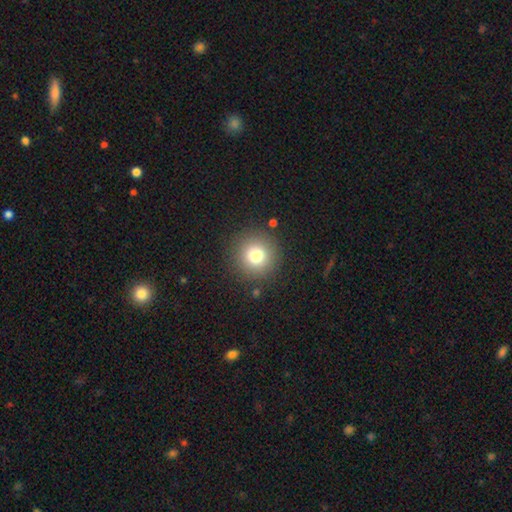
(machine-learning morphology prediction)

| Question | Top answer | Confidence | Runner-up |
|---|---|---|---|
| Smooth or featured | smooth | 78% | star or artifact (13%) |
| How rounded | round | 95% | in between (4%) |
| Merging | none | 88% | minor disturbance (6%) |